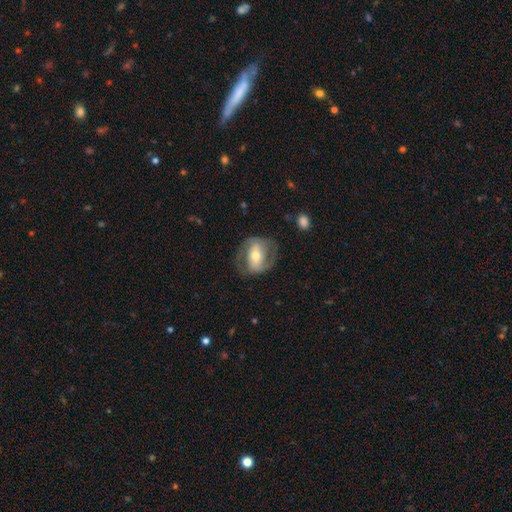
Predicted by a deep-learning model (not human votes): Morphology: type=featured or disk (70%); edge-on=no (95%); bar=strong (45%); spiral arms=yes (77%); winding=medium (47%); arm count=2 (83%); bulge=moderate (65%); merging=none (70%).